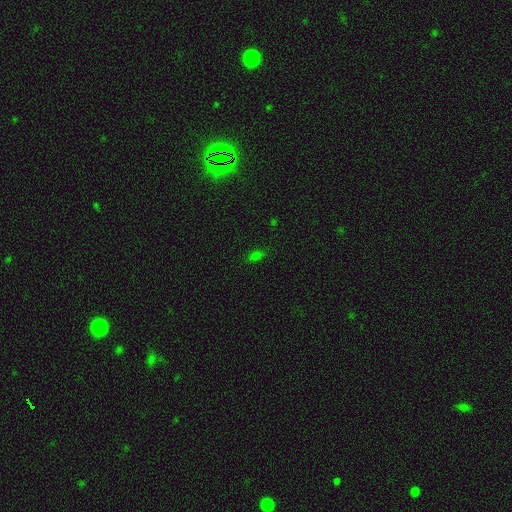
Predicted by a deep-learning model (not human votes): smooth 68%, star or artifact 25%, featured or disk 7%. Down the decision tree: how rounded — in between (81%); merging — none (82%).